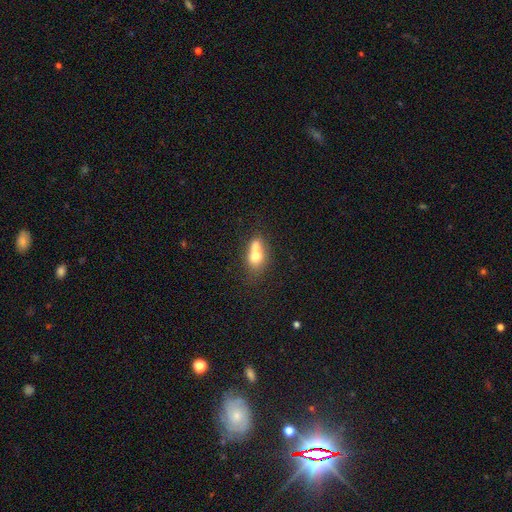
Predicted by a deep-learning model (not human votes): A smooth galaxy with no disk features (66%) that is in between round and cigar-shaped (65%). Merging: merger (51%).